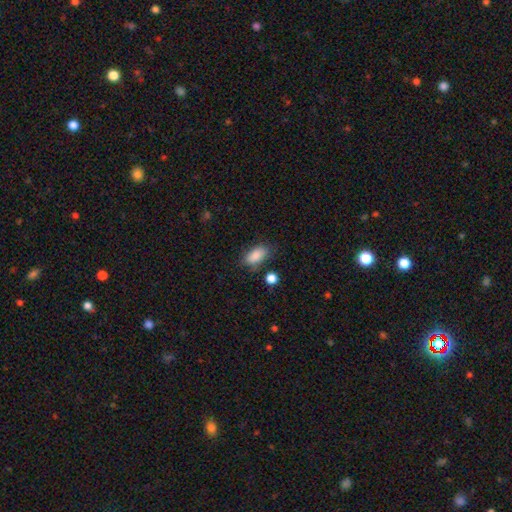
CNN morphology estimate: Overall: smooth (87%). How rounded: in between (90%). Merging: none (73%).